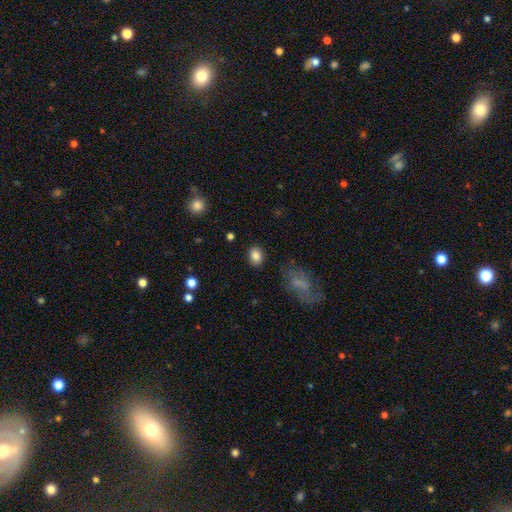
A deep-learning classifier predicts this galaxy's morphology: Smooth or featured?
  - smooth: 84% *
  - star or artifact: 9%
  - featured or disk: 7%
How rounded?
  - in between: 59% *
  - round: 40%
  - cigar-shaped: 1%
Merging?
  - none: 87% *
  - minor disturbance: 9%
  - major disturbance: 3%
  - merger: 2%